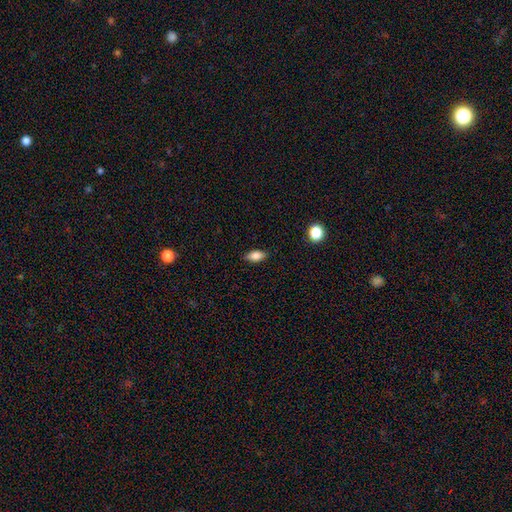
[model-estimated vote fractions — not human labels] smooth 81%, featured or disk 10%, star or artifact 8%. Down the decision tree: how rounded — in between (86%); merging — none (86%).